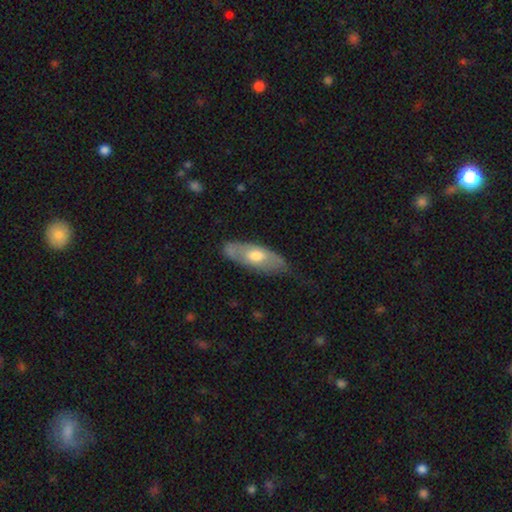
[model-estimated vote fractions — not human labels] This appears to be a smooth galaxy with no disk features (54%) that is in between round and cigar-shaped (76%). Merging: none (67%).